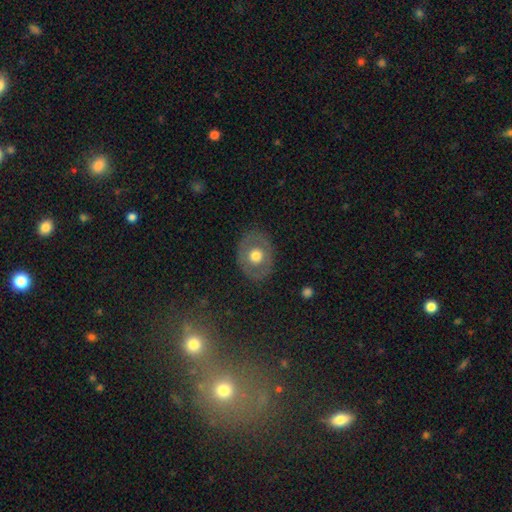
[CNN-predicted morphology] smooth-or-featured: smooth: 51% | featured or disk: 42% | star or artifact: 7%
  how-rounded: round: 54% | in between: 45% | cigar-shaped: 1%
  merging: none: 83% | minor disturbance: 11% | major disturbance: 5% | merger: 1%